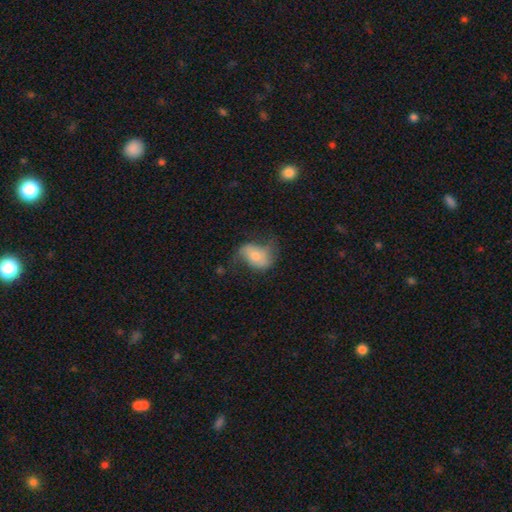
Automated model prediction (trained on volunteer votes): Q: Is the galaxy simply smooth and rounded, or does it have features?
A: smooth — 48%.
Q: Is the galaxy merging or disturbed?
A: none — 47%.